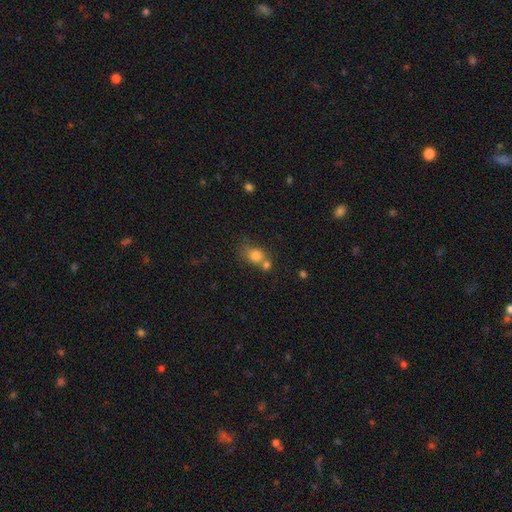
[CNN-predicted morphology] Smooth or featured?
  - smooth: 79% *
  - star or artifact: 11%
  - featured or disk: 10%
How rounded?
  - round: 64% *
  - in between: 35%
  - cigar-shaped: 1%
Merging?
  - merger: 43% *
  - none: 38%
  - minor disturbance: 12%
  - major disturbance: 6%